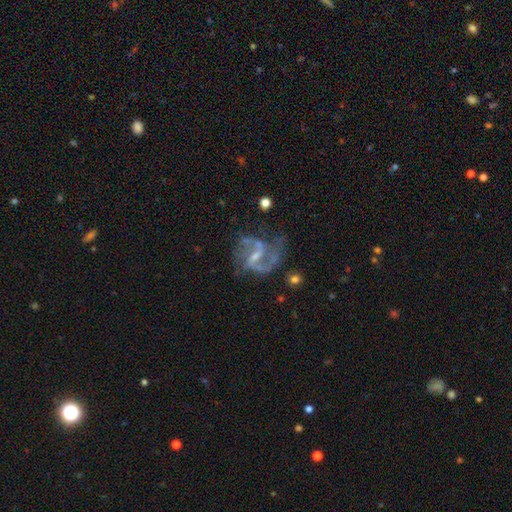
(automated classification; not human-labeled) This appears to be a featured or disk galaxy (84%) with a weak bar (51%), 2 (78%) loose (45%) spiral arms (92%) and a small central bulge (59%). Merging: none (52%).